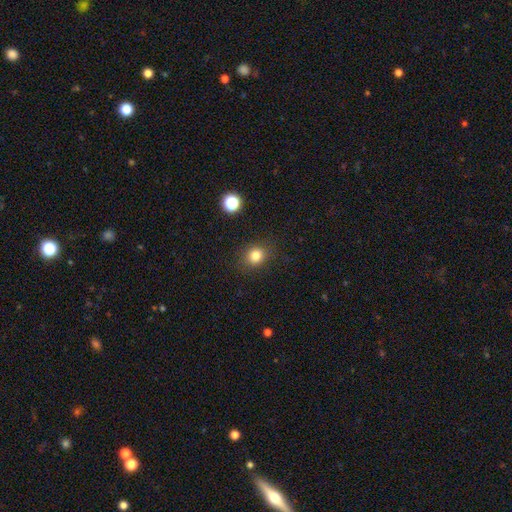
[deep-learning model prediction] This is clearly a smooth galaxy (82%). How rounded: likely round (72%). Merging: clearly none (86%).